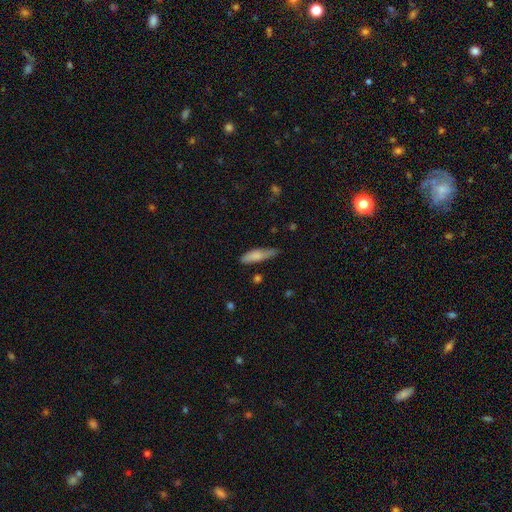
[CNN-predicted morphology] smooth 78%, featured or disk 16%, star or artifact 6%. Down the decision tree: how rounded — cigar-shaped (65%); merging — none (56%).